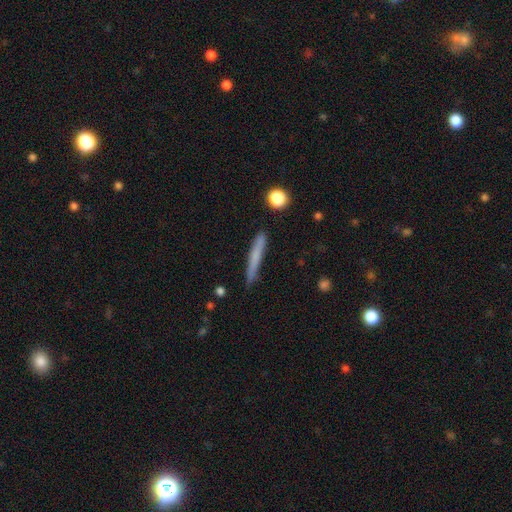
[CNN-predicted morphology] A smooth galaxy with no disk features (67%) that is cigar-shaped (95%). Merging: none (83%).